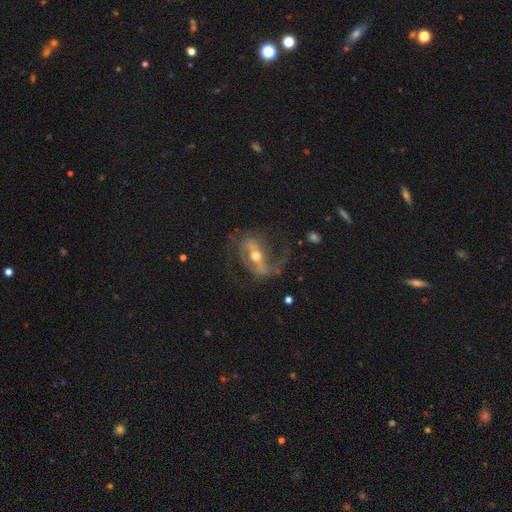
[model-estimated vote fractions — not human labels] This appears to be a featured or disk galaxy (83%) with a strong bar (60%), 2 (72%) medium (42%, tied with loose) spiral arms (83%) and a moderate central bulge (68%). Merging: none (53%).